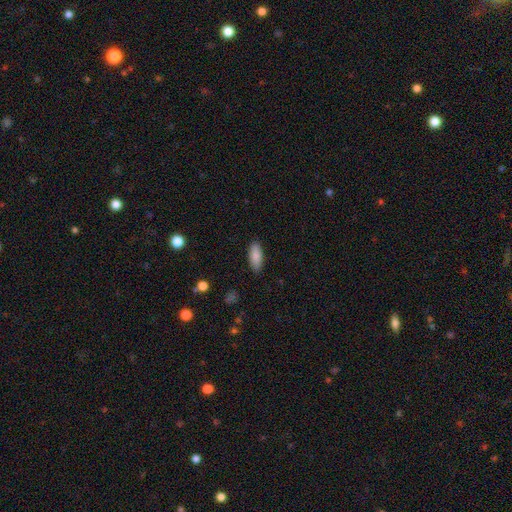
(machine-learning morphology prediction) A smooth galaxy with no disk features (88%) that is in between round and cigar-shaped (79%).

Vote fractions:
- Smooth or featured? smooth: 88% / star or artifact: 6% / featured or disk: 5%
- How rounded? in between: 79% / cigar-shaped: 20% / round: 2%
- Merging? none: 87% / minor disturbance: 9% / major disturbance: 2% / merger: 1%